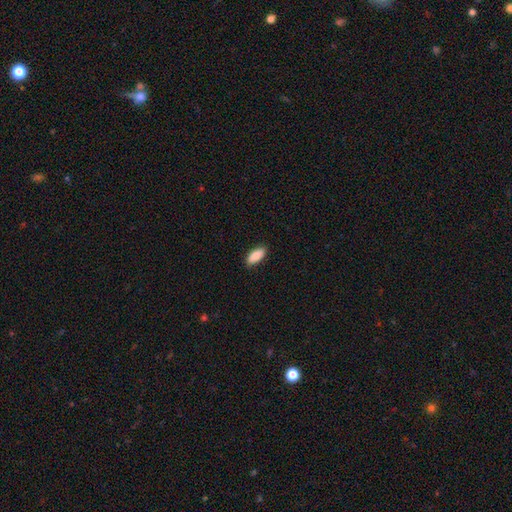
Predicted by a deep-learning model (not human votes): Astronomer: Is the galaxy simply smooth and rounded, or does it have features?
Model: smooth — 87%.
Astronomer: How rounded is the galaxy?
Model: in between — 86%.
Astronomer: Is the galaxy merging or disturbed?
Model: none — 87%.